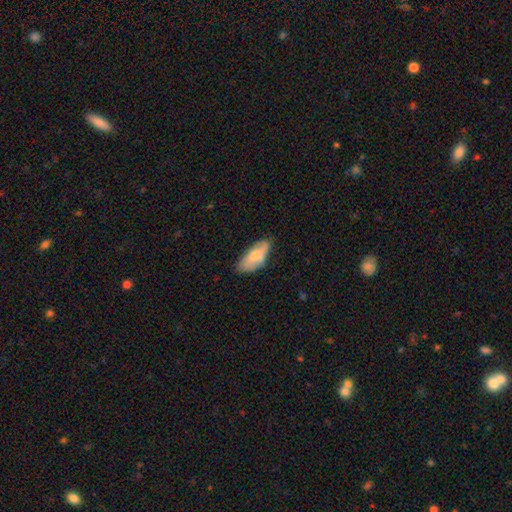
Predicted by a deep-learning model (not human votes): A smooth galaxy with no disk features (74%) that is in between round and cigar-shaped (88%). Merging: none (63%).